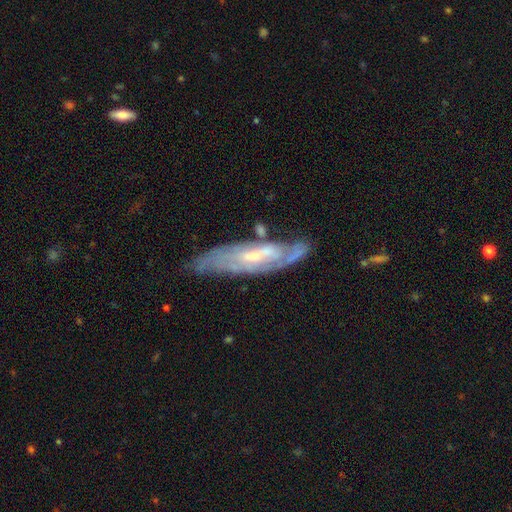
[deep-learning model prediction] A featured or disk galaxy (79%) with a weak bar (43%), spiral arms (84%) and a small central bulge (61%). Merging: none (61%).